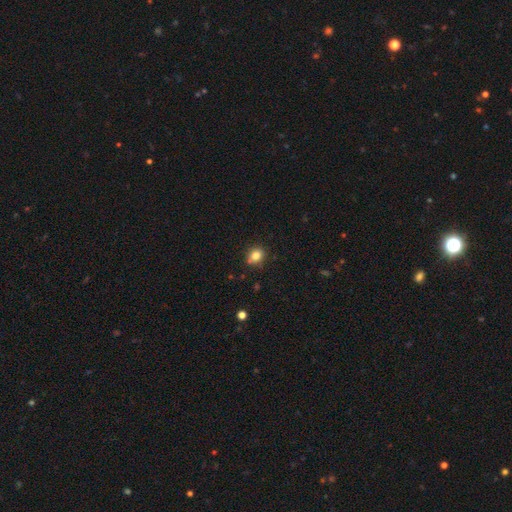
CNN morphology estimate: smooth_or_featured: smooth (p=0.82) [alt: star or artifact p=0.11]
how_rounded: round (p=0.51) [alt: in between p=0.48]
merging: none (p=0.73) [alt: minor disturbance p=0.19]